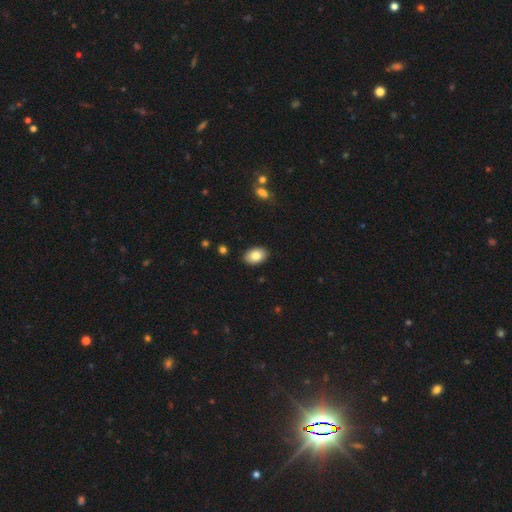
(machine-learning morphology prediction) This appears to be a smooth galaxy with no disk features (83%) that is in between round and cigar-shaped (86%). Merging: none (89%).